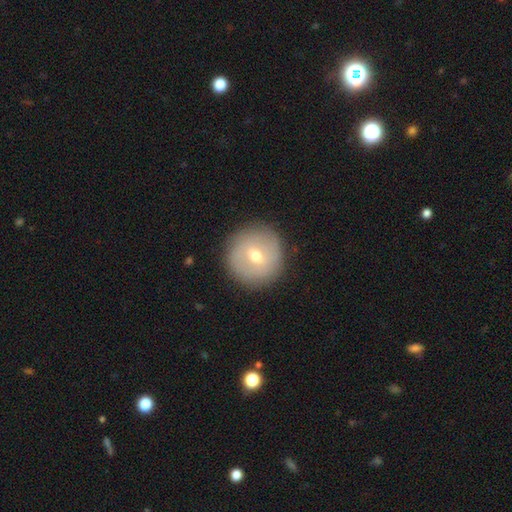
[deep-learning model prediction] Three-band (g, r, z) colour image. It shows a smooth galaxy with no disk features (52%) that is round (95%). Merging: none (88%).